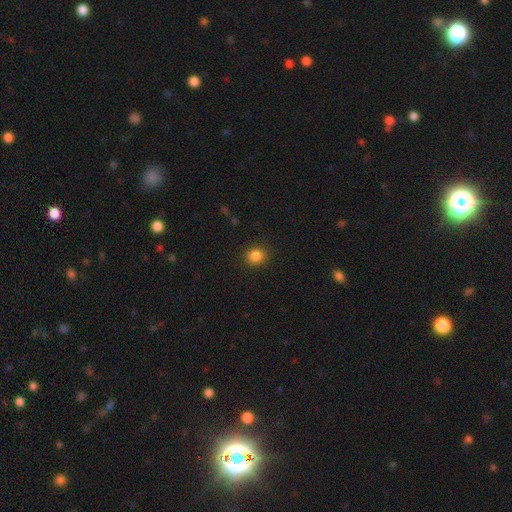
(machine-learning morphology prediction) The model was most divided on "smooth or featured": smooth: 85%, star or artifact: 12%, featured or disk: 4%. More confident: merging — none (88%); how rounded — round (86%).